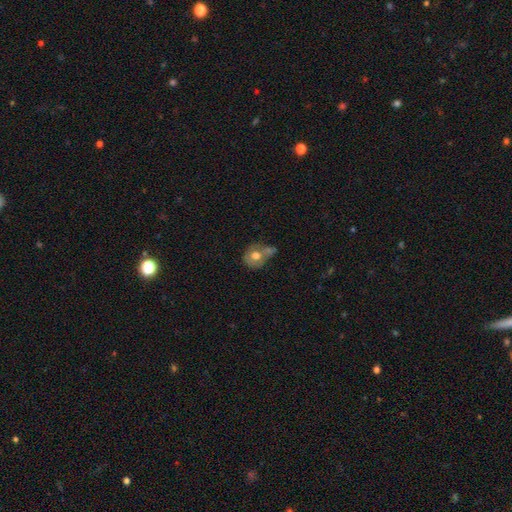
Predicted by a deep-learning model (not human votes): Smooth or featured?
  - smooth: 66% *
  - featured or disk: 26%
  - star or artifact: 8%
How rounded?
  - round: 70% *
  - in between: 29%
  - cigar-shaped: 1%
Merging?
  - merger: 45% *
  - none: 28%
  - minor disturbance: 17%
  - major disturbance: 10%